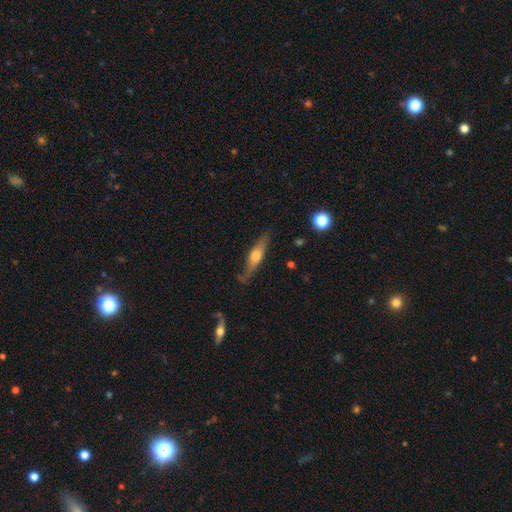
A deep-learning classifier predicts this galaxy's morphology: This appears to be a featured or disk galaxy (61%) viewed edge-on (89%) with a rounded central bulge (86%). Merging: none (75%).